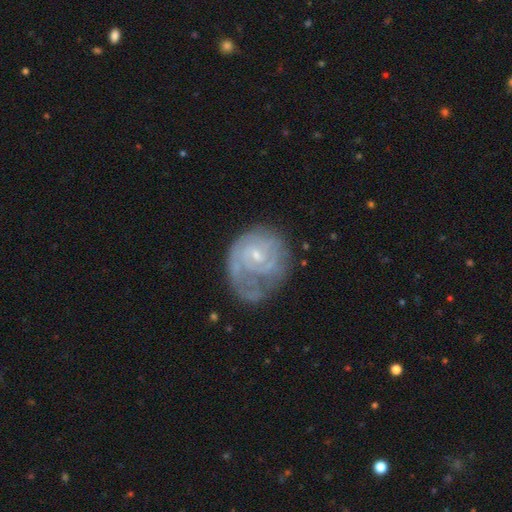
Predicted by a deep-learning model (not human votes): A featured or disk galaxy (79%) with no bar (51%), tight (59%) spiral arms (88%) and a small central bulge (74%).

Vote fractions:
- Smooth or featured? featured or disk: 79% / smooth: 15% / star or artifact: 7%
- Edge-on disk? no: 98% / yes: 2%
- Bar? no: 51% / weak: 42% / strong: 7%
- Spiral arms? yes: 88% / no: 12%
- Spiral winding? tight: 59% / medium: 30% / loose: 10%
- Spiral arm count? can't tell: 37% / 2: 32% / 1: 12% / 3: 11% / 4: 5% / more than 4: 4%
- Bulge size? small: 74% / moderate: 18% / none: 6% / large: 1% / dominant: 1%
- Merging? none: 45% / major disturbance: 27% / minor disturbance: 24% / merger: 4%